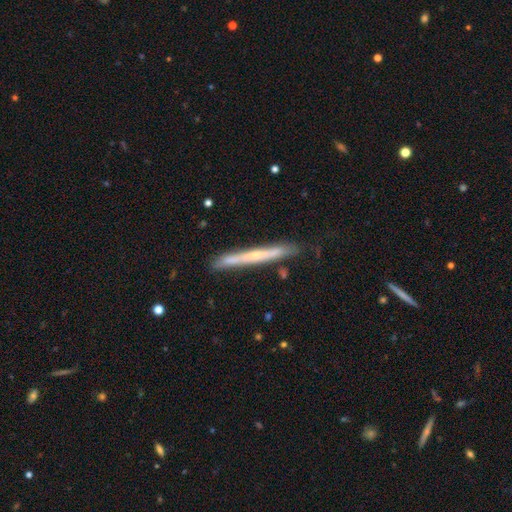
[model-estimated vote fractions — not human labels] This is possibly a featured or disk galaxy (58%). It is clearly viewed edge-on (95%). Edge-on bulge: possibly none (56%). Merging: clearly none (80%).